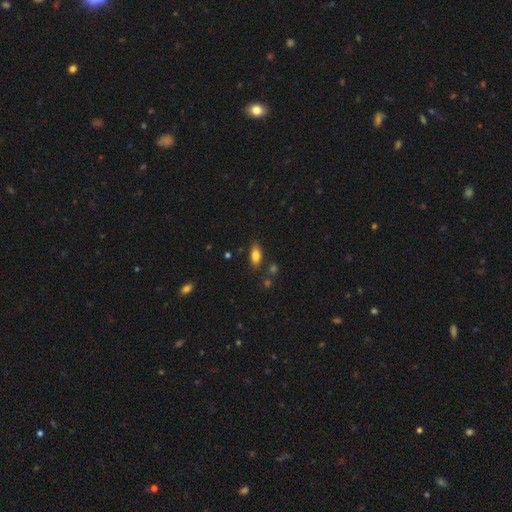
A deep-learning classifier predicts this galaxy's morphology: A smooth galaxy with no disk features (81%) that is in between round and cigar-shaped (87%). Merging: none (80%).